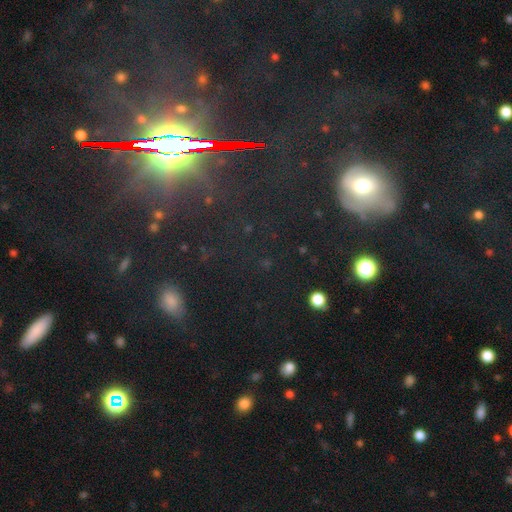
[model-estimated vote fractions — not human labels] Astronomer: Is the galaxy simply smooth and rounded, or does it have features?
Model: star or artifact — 61%.